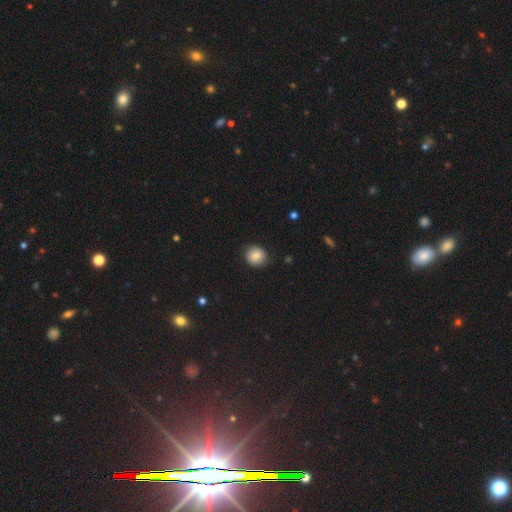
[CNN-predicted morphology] The model was most divided on "how rounded": round: 81%, in between: 18%, cigar-shaped: 1%. More confident: merging — none (87%); smooth or featured — smooth (84%).